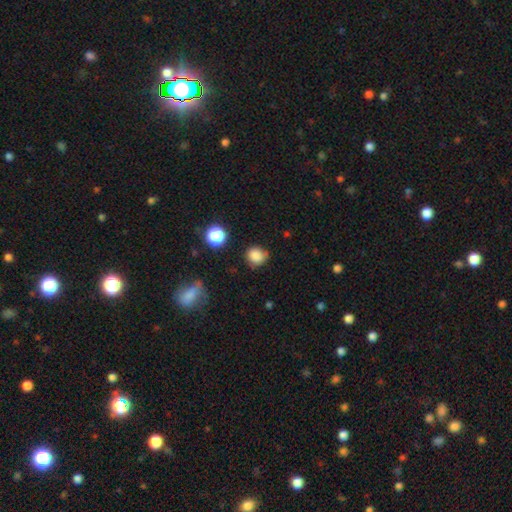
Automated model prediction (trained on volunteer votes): Morphology: type=smooth (82%); roundness=round (83%); merging=none (72%).